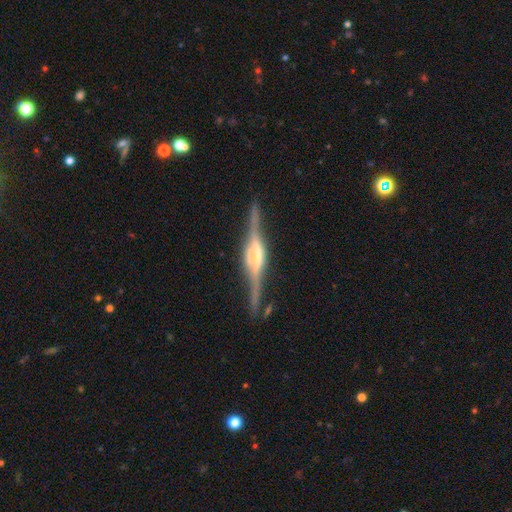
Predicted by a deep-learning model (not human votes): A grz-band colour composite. It shows a featured or disk galaxy (88%) viewed edge-on (97%) with a rounded central bulge (66%). Merging: none (84%).